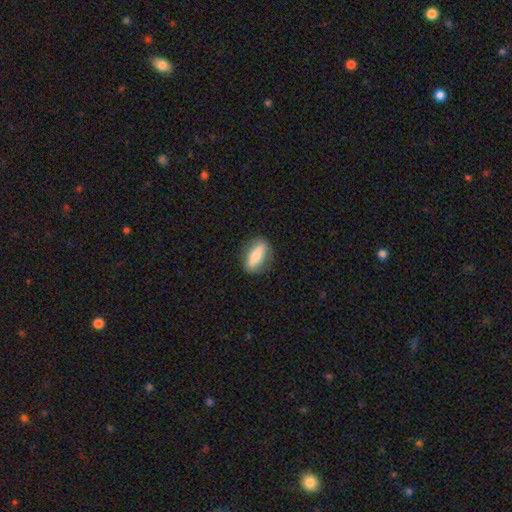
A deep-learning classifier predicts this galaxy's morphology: The model was most divided on "smooth or featured": smooth: 66%, featured or disk: 27%, star or artifact: 7%. More confident: merging — none (80%); how rounded — in between (75%).